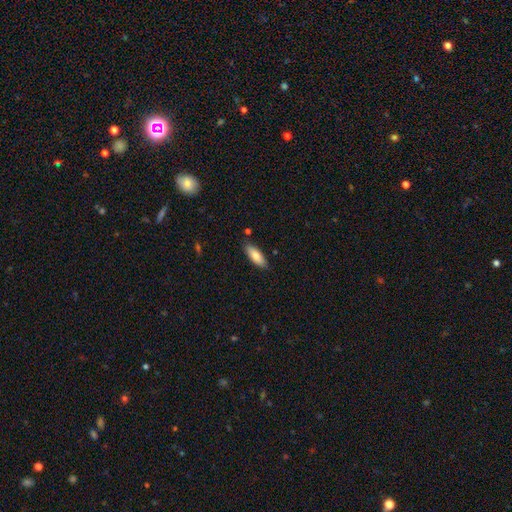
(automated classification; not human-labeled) Smooth or featured: smooth — 80% (featured or disk — 14%)
How rounded: in between — 69% (cigar-shaped — 30%)
Merging: none — 84% (minor disturbance — 11%)